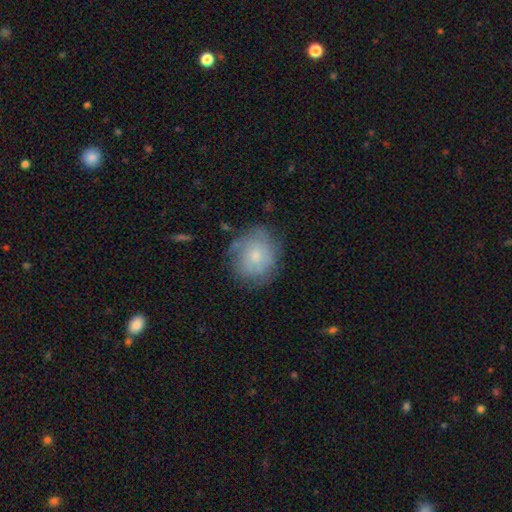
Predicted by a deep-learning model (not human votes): Morphology: type=smooth (56%); roundness=round (75%); merging=none (70%).